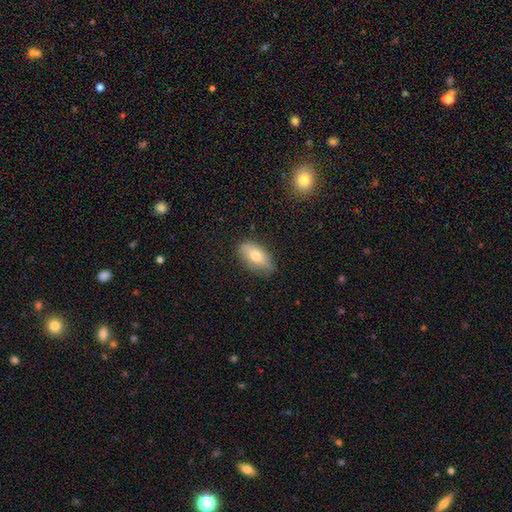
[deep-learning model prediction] smooth 71%, featured or disk 22%, star or artifact 7%. Down the decision tree: how rounded — in between (91%); merging — none (76%).